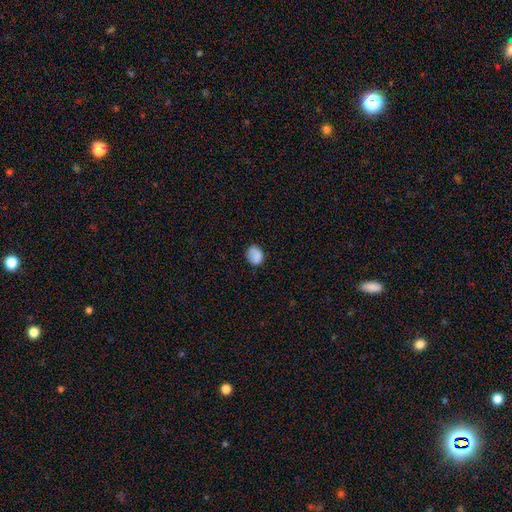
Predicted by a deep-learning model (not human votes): Smooth or featured: smooth — 84% (star or artifact — 9%)
How rounded: round — 55% (in between — 44%)
Merging: none — 74% (minor disturbance — 19%)